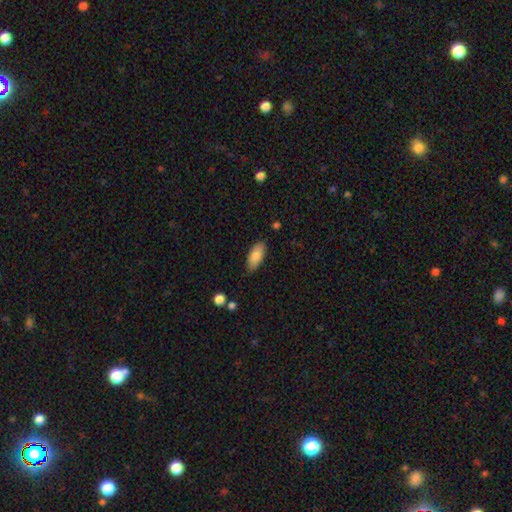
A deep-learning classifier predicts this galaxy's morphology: Smooth or featured: smooth — 85% (featured or disk — 8%)
How rounded: in between — 87% (cigar-shaped — 11%)
Merging: none — 83% (minor disturbance — 13%)